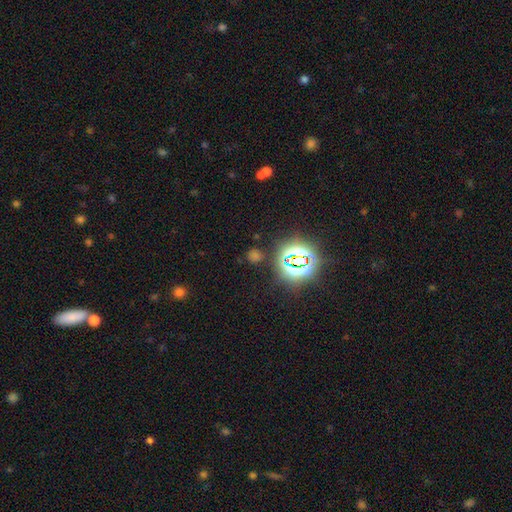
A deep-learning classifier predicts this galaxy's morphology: The model was most divided on "smooth or featured": star or artifact: 68%, smooth: 25%, featured or disk: 7%.